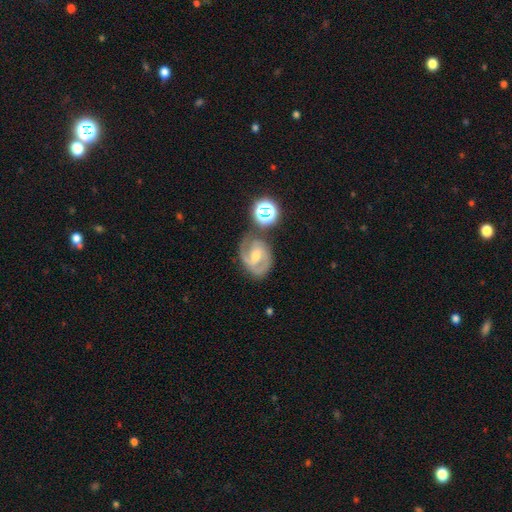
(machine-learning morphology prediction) A featured or disk galaxy (82%) with a weak bar (49%), 2 (81%) medium (49%) spiral arms (95%) and a moderate central bulge (57%).

Vote fractions:
- Smooth or featured? featured or disk: 82% / smooth: 9% / star or artifact: 8%
- Edge-on disk? no: 97% / yes: 3%
- Bar? weak: 49% / no: 33% / strong: 18%
- Spiral arms? yes: 95% / no: 5%
- Spiral winding? medium: 49% / tight: 41% / loose: 10%
- Spiral arm count? 2: 81% / can't tell: 7% / 3: 6% / 1: 3% / 4: 1% / more than 4: 1%
- Bulge size? moderate: 57% / small: 39% / large: 2% / none: 2% / dominant: 1%
- Merging? none: 69% / minor disturbance: 17% / merger: 8% / major disturbance: 6%